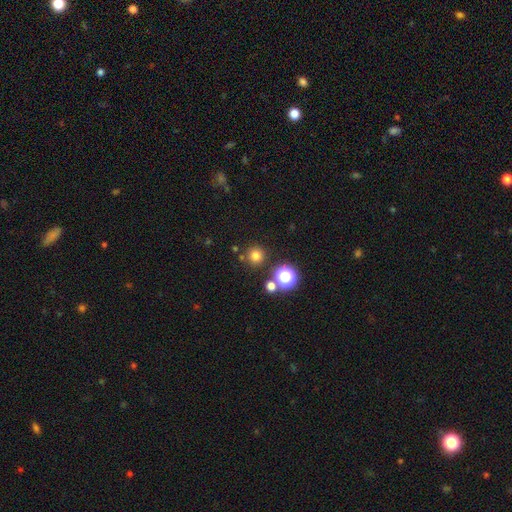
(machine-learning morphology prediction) The model was most divided on "smooth or featured": smooth: 74%, star or artifact: 20%, featured or disk: 6%. More confident: how rounded — round (95%); merging — none (84%).